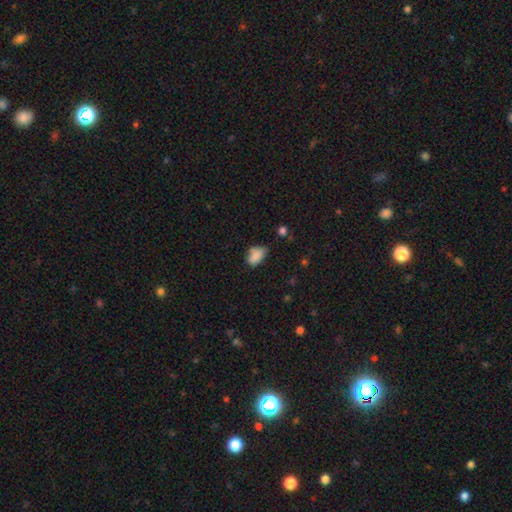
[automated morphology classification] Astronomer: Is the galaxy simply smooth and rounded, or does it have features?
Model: smooth — 80%.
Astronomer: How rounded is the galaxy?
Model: in between — 88%.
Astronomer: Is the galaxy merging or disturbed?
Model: none — 46% (runner-up: minor disturbance, 35%).